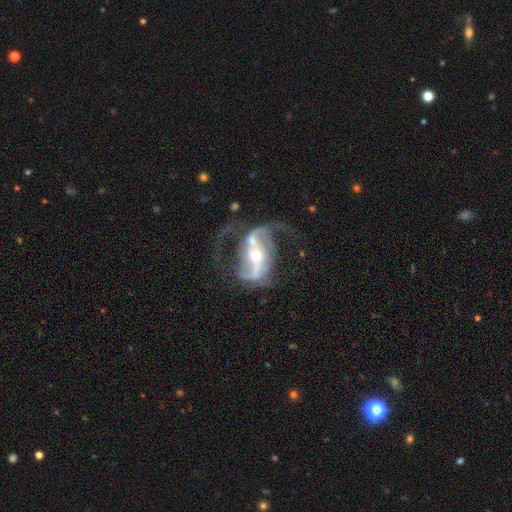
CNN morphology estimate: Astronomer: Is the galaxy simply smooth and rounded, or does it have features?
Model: featured or disk — 89%.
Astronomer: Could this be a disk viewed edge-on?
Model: no — 96%.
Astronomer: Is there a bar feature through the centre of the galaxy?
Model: strong — 54%.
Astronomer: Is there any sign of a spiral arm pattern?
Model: yes — 94%.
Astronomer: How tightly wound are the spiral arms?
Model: loose — 49% (runner-up: medium, 41%).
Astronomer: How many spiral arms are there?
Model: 2 — 90%.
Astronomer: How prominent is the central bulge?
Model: moderate — 48% (runner-up: small, 47%).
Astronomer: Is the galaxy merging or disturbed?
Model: none — 56%.